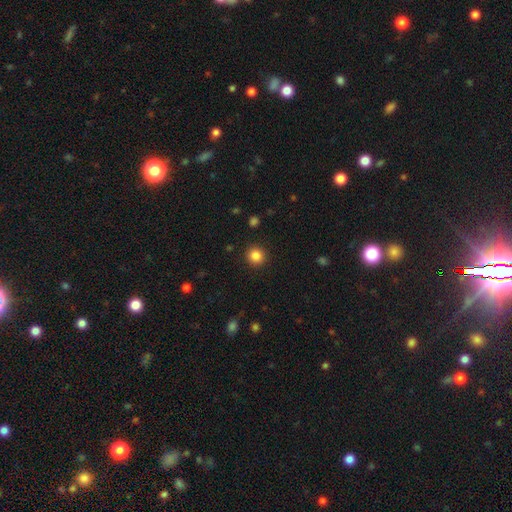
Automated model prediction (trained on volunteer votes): Q: Smooth or featured?
A: smooth (85%); runner-up: star or artifact (11%)
Q: How rounded?
A: round (93%); runner-up: in between (6%)
Q: Merging?
A: none (92%); runner-up: minor disturbance (5%)